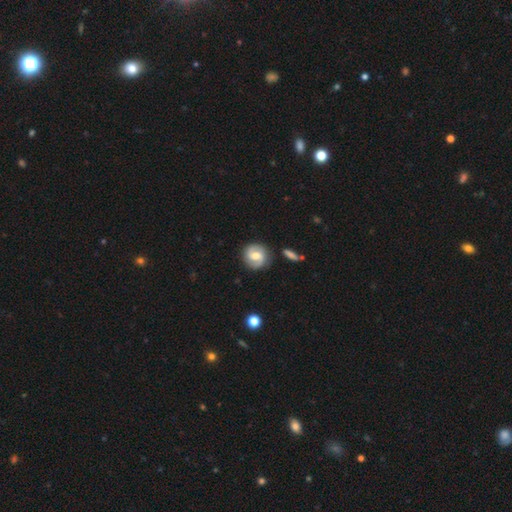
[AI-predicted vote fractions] smooth-or-featured: featured or disk: 71% | smooth: 23% | star or artifact: 6%
  disk-edge-on: no: 97% | yes: 3%
    bar: weak: 50% | no: 28% | strong: 21%
    has-spiral-arms: yes: 90% | no: 10%
      spiral-winding: medium: 46% | tight: 34% | loose: 20%
      spiral-arm-count: 2: 88% | can't tell: 5% | 1: 3% | 3: 1% | 4: 1% | more than 4: 1%
    bulge-size: moderate: 70% | small: 17% | large: 10% | none: 2% | dominant: 1%
  merging: none: 84% | minor disturbance: 10% | major disturbance: 3% | merger: 3%